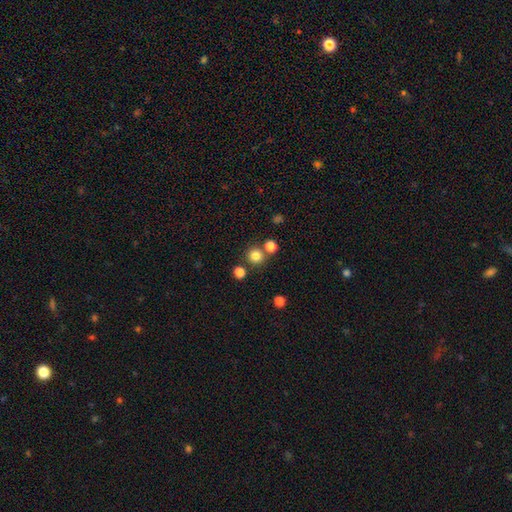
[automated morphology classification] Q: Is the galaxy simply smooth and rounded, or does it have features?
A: smooth — 80%.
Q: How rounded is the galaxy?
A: round — 93%.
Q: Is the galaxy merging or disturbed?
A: none — 75%.